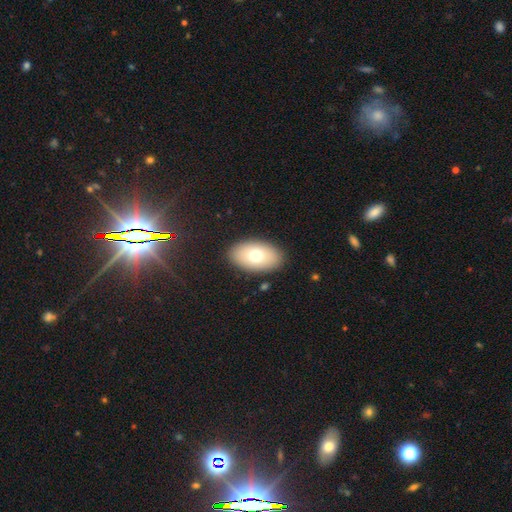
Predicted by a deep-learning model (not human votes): Smooth or featured? Predicted: smooth (p=0.72). How rounded? Predicted: in between (p=0.92). Merging? Predicted: none (p=0.88).